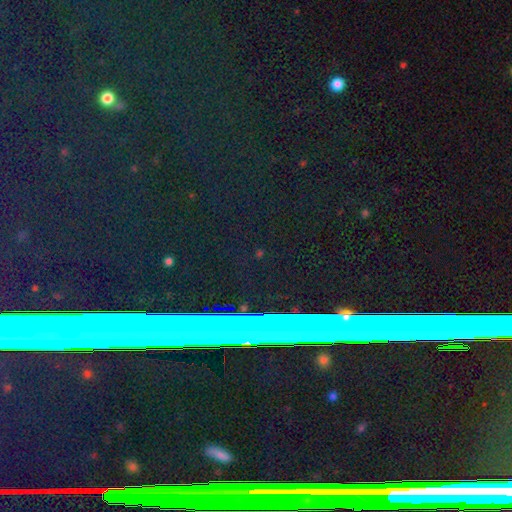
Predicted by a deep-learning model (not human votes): Overall: star or artifact (71%).